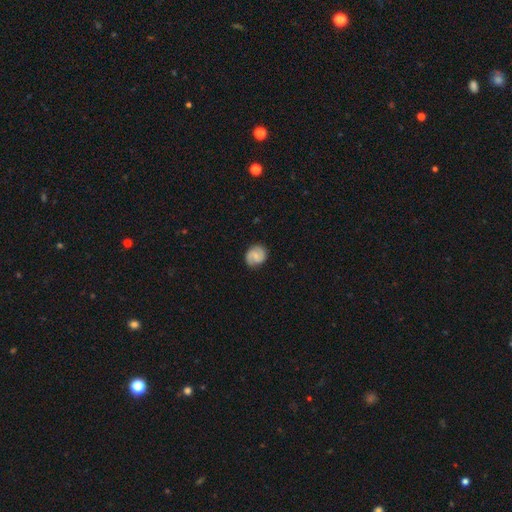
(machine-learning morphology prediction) A featured or disk galaxy (53%) with a weak bar (46%), spiral arms (91%) and a small central bulge (54%). Merging: none (83%).